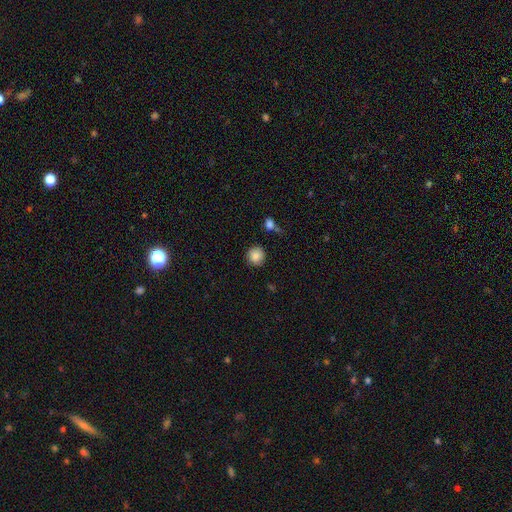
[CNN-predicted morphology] This is clearly a smooth galaxy (86%). How rounded: clearly round (92%). Merging: clearly none (84%).